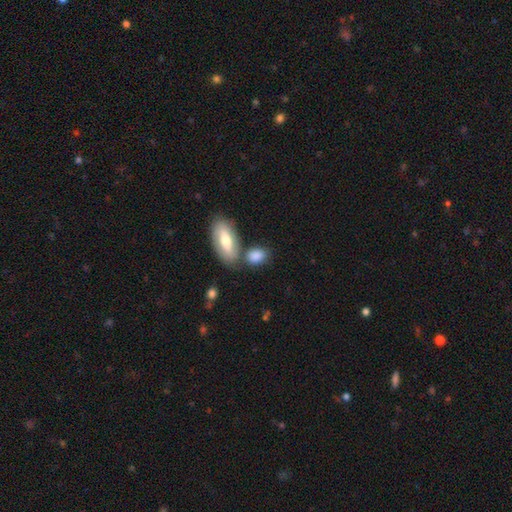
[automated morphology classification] Q: Smooth or featured?
A: smooth (82%); runner-up: featured or disk (12%)
Q: How rounded?
A: in between (80%); runner-up: round (14%)
Q: Merging?
A: none (60%); runner-up: merger (20%)